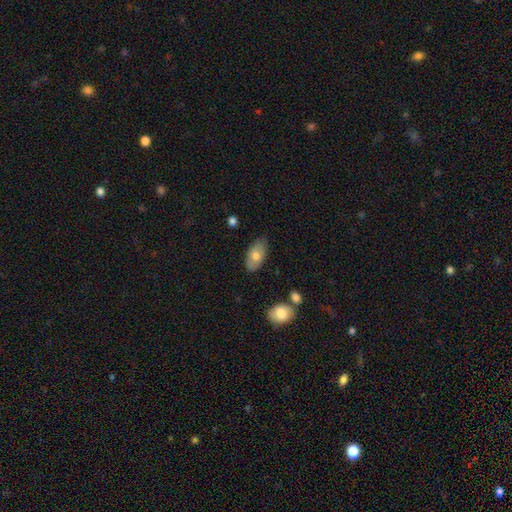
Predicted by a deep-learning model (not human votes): A smooth galaxy with no disk features (72%) that is in between round and cigar-shaped (93%). Merging: none (81%).